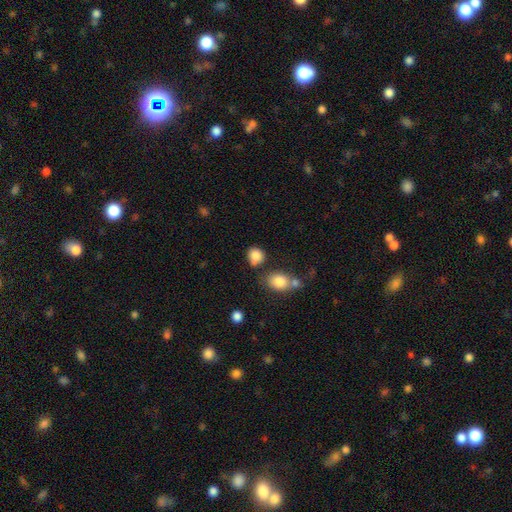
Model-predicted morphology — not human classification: Smooth or featured?
  - smooth: 84% *
  - star or artifact: 9%
  - featured or disk: 6%
How rounded?
  - round: 70% *
  - in between: 28%
  - cigar-shaped: 1%
Merging?
  - none: 60% *
  - minor disturbance: 20%
  - merger: 14%
  - major disturbance: 6%